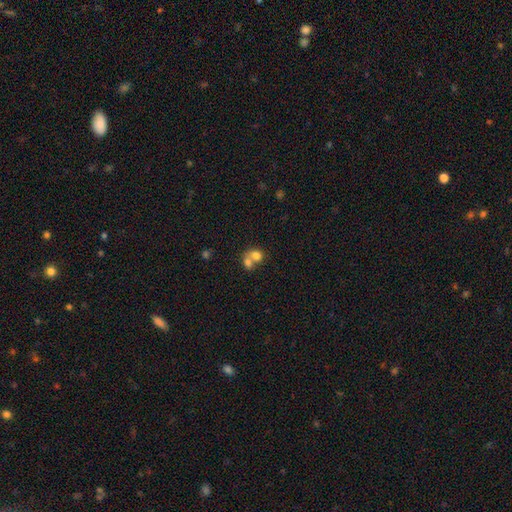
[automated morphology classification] A smooth galaxy with no disk features (73%) that is round (57%).

Vote fractions:
- Smooth or featured? smooth: 73% / featured or disk: 18% / star or artifact: 10%
- How rounded? round: 57% / in between: 42% / cigar-shaped: 1%
- Merging? merger: 71% / none: 20% / minor disturbance: 5% / major disturbance: 4%